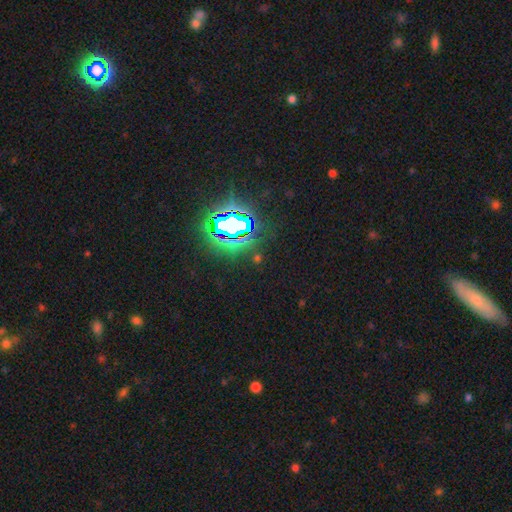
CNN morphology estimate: A star or artifact, not a galaxy (78%).

Vote fractions:
- Smooth or featured? star or artifact: 78% / smooth: 13% / featured or disk: 9%